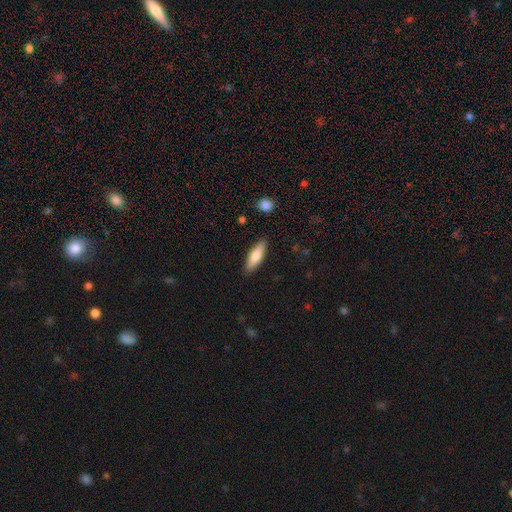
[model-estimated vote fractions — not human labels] Smooth or featured?
  - smooth: 80% *
  - featured or disk: 15%
  - star or artifact: 6%
How rounded?
  - cigar-shaped: 52% *
  - in between: 46%
  - round: 2%
Merging?
  - none: 88% *
  - minor disturbance: 9%
  - major disturbance: 2%
  - merger: 1%